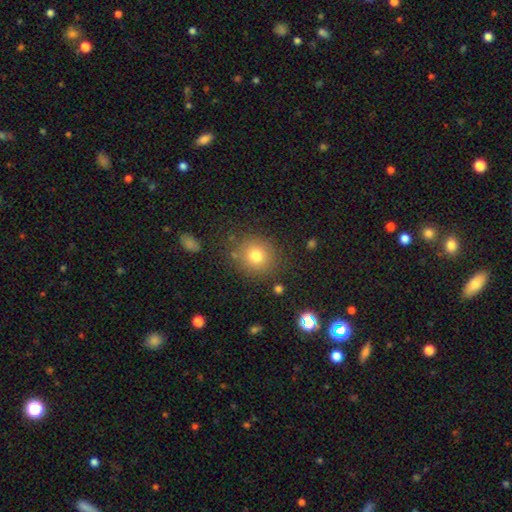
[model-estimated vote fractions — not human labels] Smooth or featured? smooth (77%)
How rounded? round (89%)
Merging? none (83%)